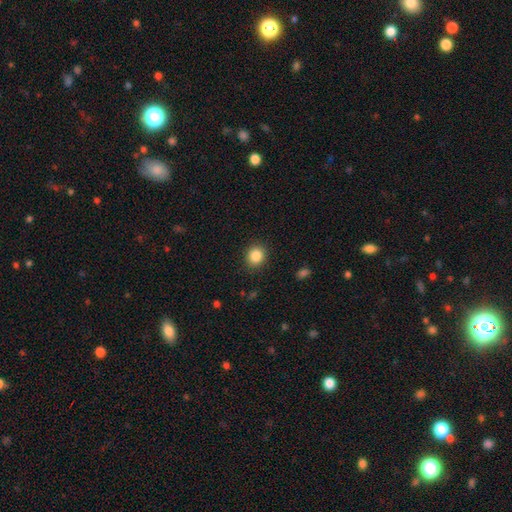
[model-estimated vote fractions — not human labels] smooth-or-featured: smooth: 85% | star or artifact: 10% | featured or disk: 5%
  how-rounded: round: 81% | in between: 18% | cigar-shaped: 1%
  merging: none: 90% | minor disturbance: 7% | major disturbance: 2% | merger: 1%